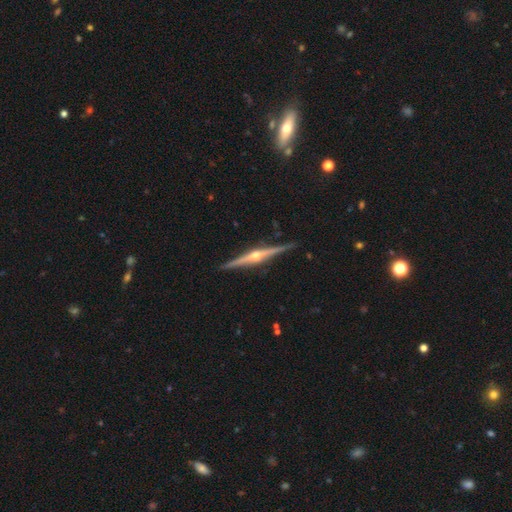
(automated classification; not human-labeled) smooth_or_featured: featured or disk (p=0.88) [alt: smooth p=0.07]
disk_edge_on: yes (p=0.99) [alt: no p=0.01]
edge_on_bulge: rounded (p=0.94) [alt: boxy p=0.04]
merging: none (p=0.91) [alt: minor disturbance p=0.07]